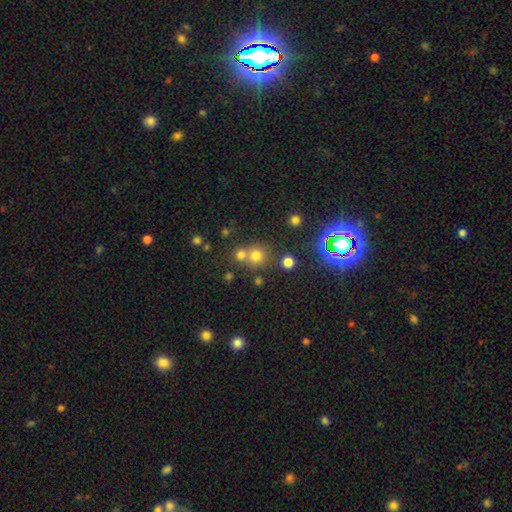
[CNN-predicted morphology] smooth_or_featured: smooth (p=0.70) [alt: star or artifact p=0.21]
how_rounded: round (p=0.89) [alt: in between p=0.10]
merging: none (p=0.55) [alt: merger p=0.34]